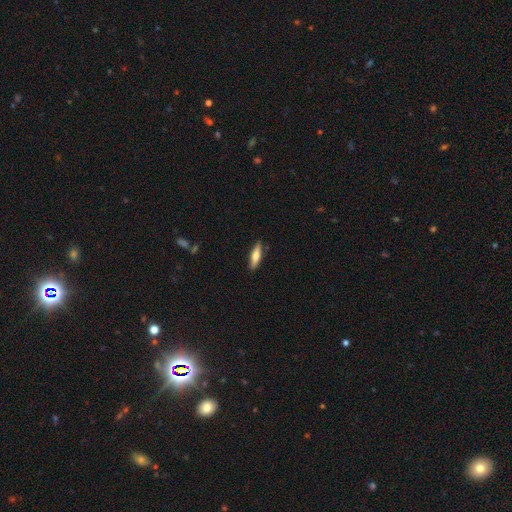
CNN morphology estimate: This is likely a smooth galaxy (64%). How rounded: likely cigar-shaped (67%). Merging: clearly none (87%).